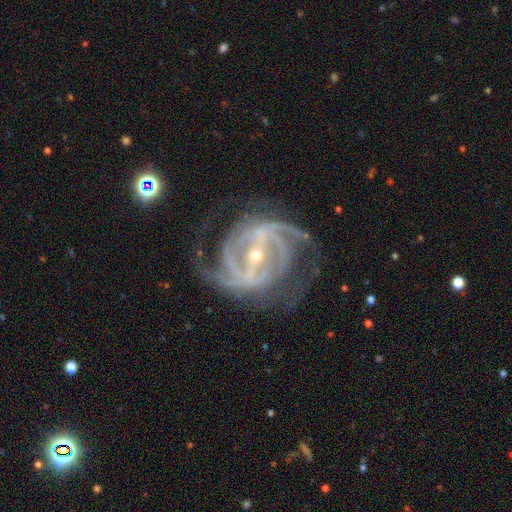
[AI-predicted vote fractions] smooth-or-featured: featured or disk: 93% | star or artifact: 5% | smooth: 2%
  disk-edge-on: no: 97% | yes: 3%
    bar: strong: 71% | weak: 22% | no: 7%
    has-spiral-arms: yes: 98% | no: 2%
      spiral-winding: medium: 45% | tight: 43% | loose: 12%
      spiral-arm-count: 2: 33% | 3: 25% | 4: 17% | can't tell: 12% | more than 4: 6% | 1: 6%
    bulge-size: small: 66% | moderate: 31% | large: 1% | none: 1% | dominant: 1%
  merging: none: 68% | minor disturbance: 17% | major disturbance: 13% | merger: 2%